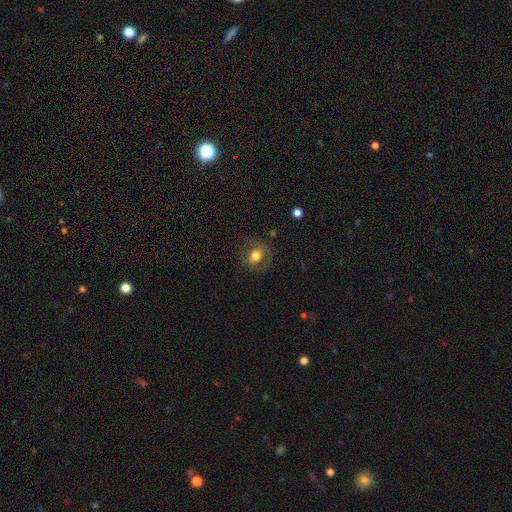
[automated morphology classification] type=smooth (63%); roundness=round (65%); merging=none (79%).